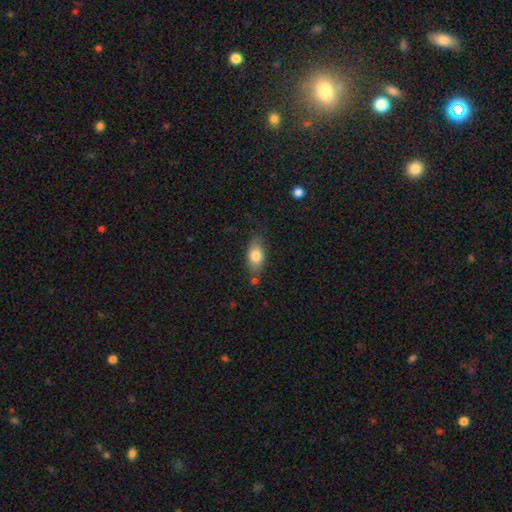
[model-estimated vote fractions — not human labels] smooth-or-featured: smooth: 77% | featured or disk: 15% | star or artifact: 7%
  how-rounded: in between: 84% | cigar-shaped: 10% | round: 6%
  merging: none: 74% | minor disturbance: 17% | merger: 5% | major disturbance: 4%